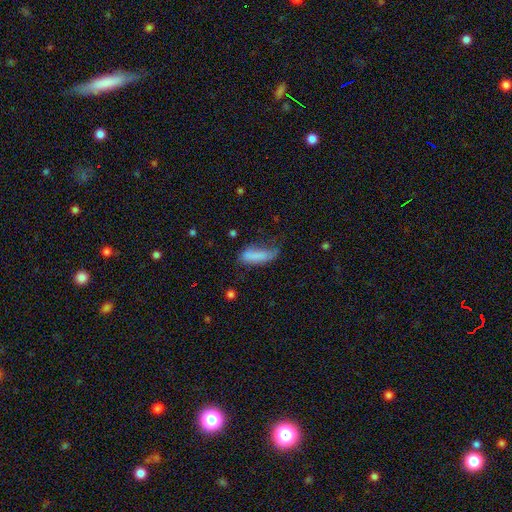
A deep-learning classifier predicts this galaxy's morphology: type=smooth (78%); roundness=in between (64%); merging=minor disturbance (35%).